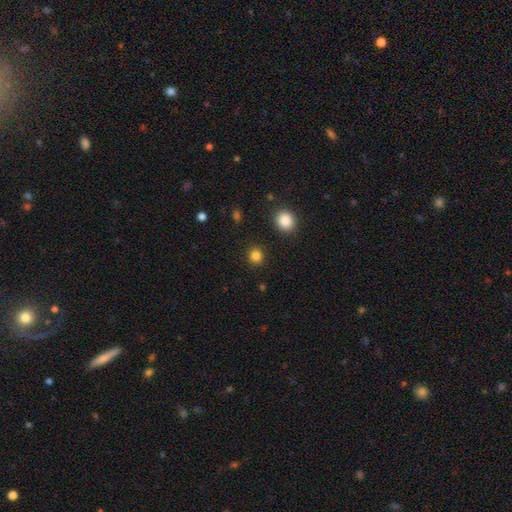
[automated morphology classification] Q: Smooth or featured?
A: smooth (84%); runner-up: star or artifact (13%)
Q: How rounded?
A: round (89%); runner-up: in between (10%)
Q: Merging?
A: none (90%); runner-up: minor disturbance (6%)